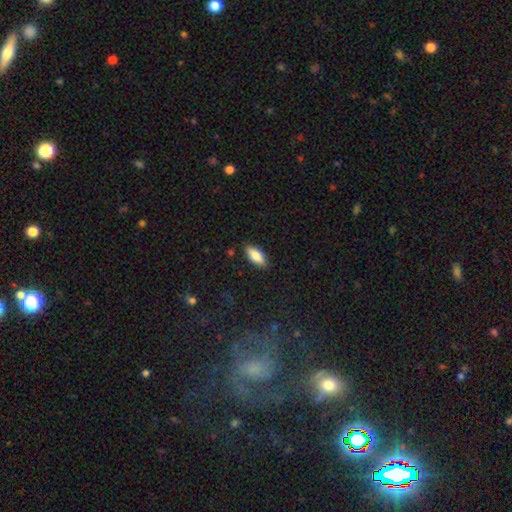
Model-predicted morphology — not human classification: type=smooth (84%); roundness=in between (80%); merging=none (87%).